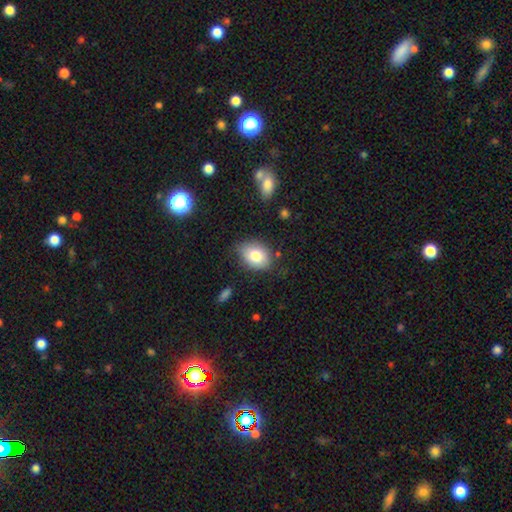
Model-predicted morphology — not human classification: Smooth or featured: smooth — 80% (featured or disk — 11%)
How rounded: in between — 70% (round — 29%)
Merging: none — 76% (minor disturbance — 18%)